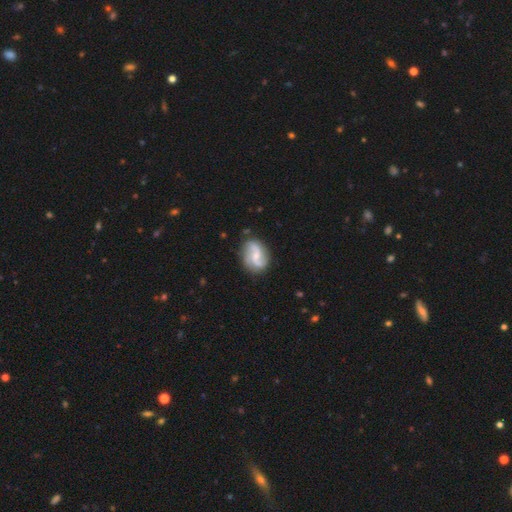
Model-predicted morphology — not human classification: smooth-or-featured: featured or disk: 80% | smooth: 15% | star or artifact: 6%
  disk-edge-on: no: 97% | yes: 3%
    bar: weak: 43% | no: 42% | strong: 15%
    has-spiral-arms: yes: 95% | no: 5%
      spiral-winding: loose: 57% | medium: 32% | tight: 11%
      spiral-arm-count: 2: 84% | can't tell: 6% | 3: 5% | 1: 2% | 4: 2% | more than 4: 2%
    bulge-size: small: 57% | moderate: 37% | none: 4% | large: 2% | dominant: 1%
  merging: none: 78% | minor disturbance: 15% | major disturbance: 5% | merger: 2%